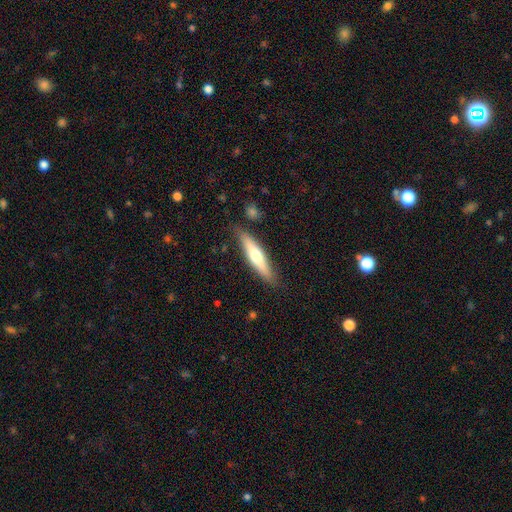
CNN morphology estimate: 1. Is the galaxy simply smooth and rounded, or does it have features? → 51% smooth, 44% featured or disk, 6% star or artifact.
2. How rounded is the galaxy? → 82% cigar-shaped, 16% in between, 1% round.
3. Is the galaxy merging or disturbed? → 83% none, 12% minor disturbance, 2% major disturbance, 2% merger.